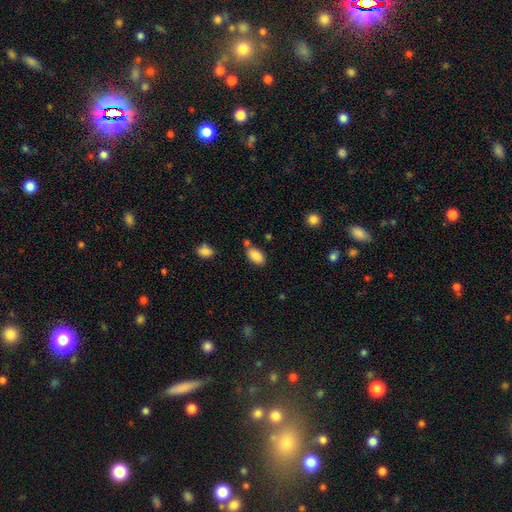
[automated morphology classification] This appears to be a smooth galaxy with no disk features (88%) that is in between round and cigar-shaped (93%). Merging: none (70%).